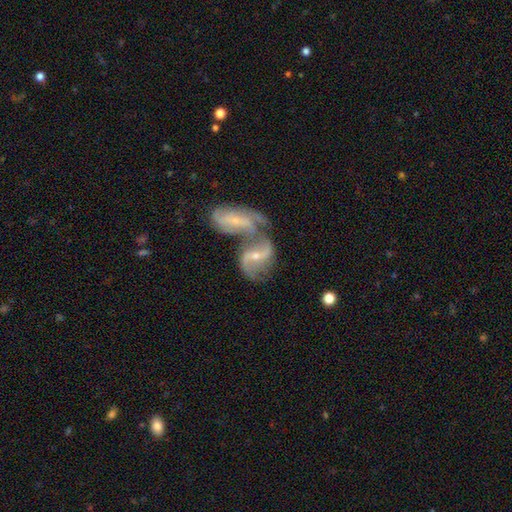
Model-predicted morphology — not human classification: Smooth or featured?
  - featured or disk: 84% *
  - smooth: 11%
  - star or artifact: 6%
Edge-on disk?
  - no: 96% *
  - yes: 4%
Bar?
  - weak: 44% *
  - no: 28%
  - strong: 28%
Spiral arms?
  - yes: 94% *
  - no: 6%
Spiral winding?
  - loose: 53% *
  - medium: 38%
  - tight: 10%
Spiral arm count?
  - 2: 86% *
  - can't tell: 5%
  - 3: 3%
  - 1: 3%
  - 4: 1%
  - more than 4: 1%
Bulge size?
  - small: 57% *
  - moderate: 38%
  - none: 2%
  - large: 2%
  - dominant: 1%
Merging?
  - merger: 70% *
  - none: 17%
  - minor disturbance: 7%
  - major disturbance: 6%